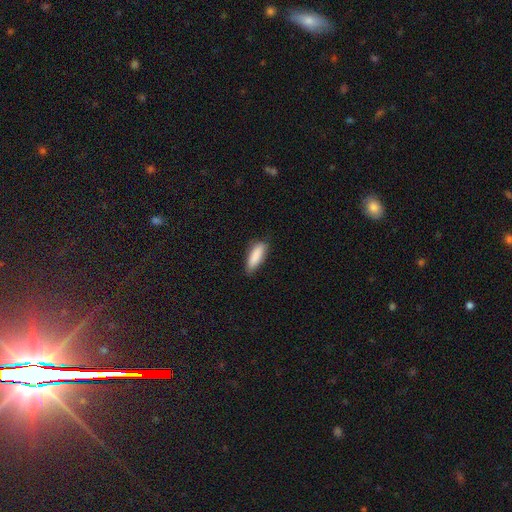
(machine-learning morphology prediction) This appears to be a smooth galaxy with no disk features (89%) that is in between round and cigar-shaped (56%). Merging: none (81%).